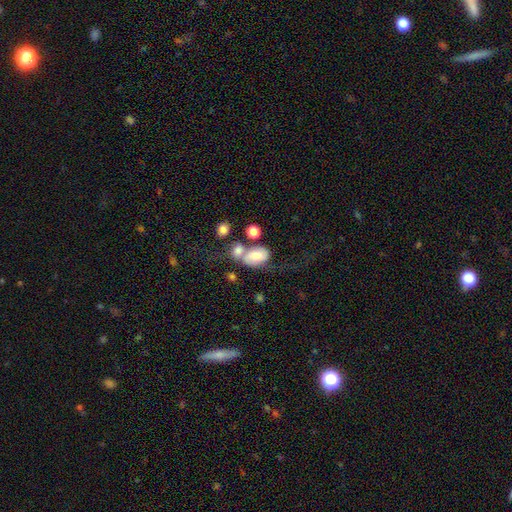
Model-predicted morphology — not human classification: A smooth galaxy with no disk features (54%) that is in between round and cigar-shaped (80%).

Vote fractions:
- Smooth or featured? smooth: 54% / featured or disk: 36% / star or artifact: 9%
- How rounded? in between: 80% / round: 18% / cigar-shaped: 2%
- Merging? merger: 39% / none: 26% / major disturbance: 19% / minor disturbance: 17%